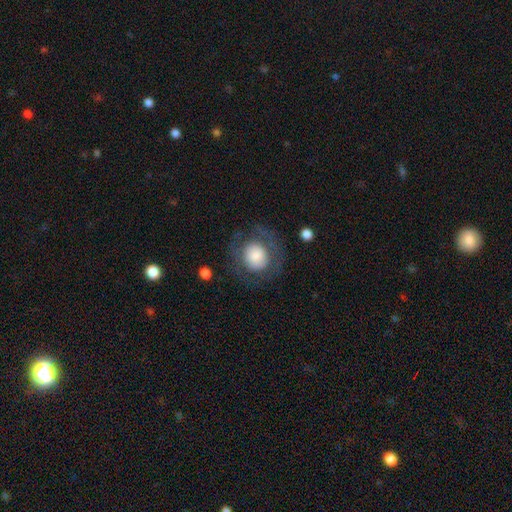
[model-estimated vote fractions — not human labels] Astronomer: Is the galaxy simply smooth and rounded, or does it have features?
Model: smooth — 62%.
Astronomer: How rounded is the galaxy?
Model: round — 82%.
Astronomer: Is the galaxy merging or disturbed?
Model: none — 66%.